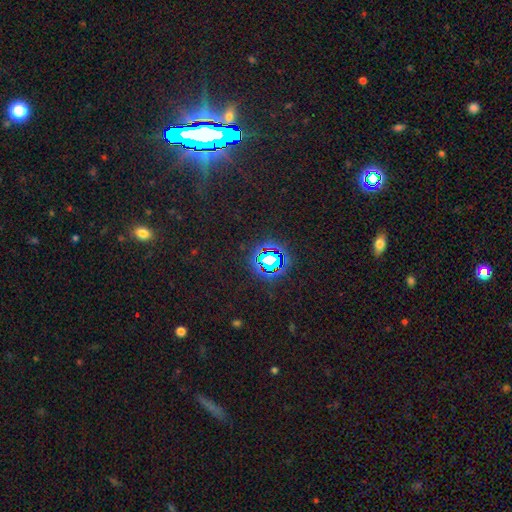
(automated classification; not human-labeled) The model was most divided on "smooth or featured": star or artifact: 81%, smooth: 11%, featured or disk: 8%.